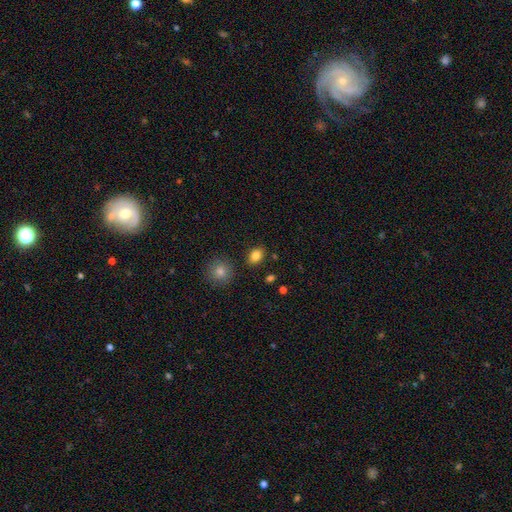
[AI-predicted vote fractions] This is clearly a smooth galaxy (83%). How rounded: likely in between (69%). Merging: clearly none (86%).